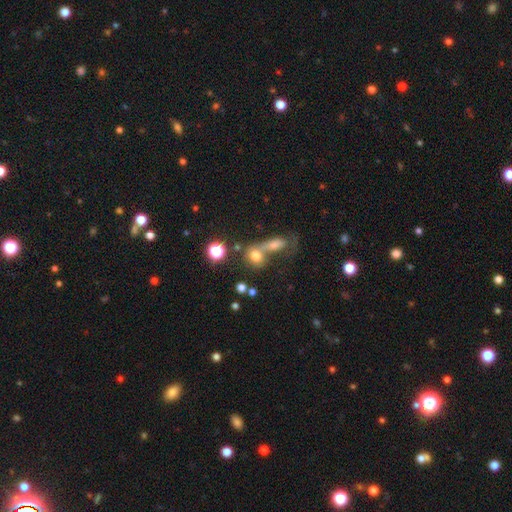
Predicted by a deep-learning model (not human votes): smooth-or-featured: smooth: 70% | star or artifact: 16% | featured or disk: 15%
  how-rounded: round: 57% | in between: 39% | cigar-shaped: 4%
  merging: merger: 54% | none: 31% | minor disturbance: 8% | major disturbance: 7%